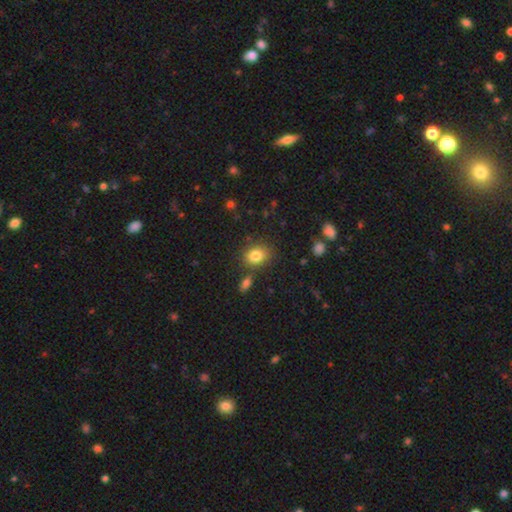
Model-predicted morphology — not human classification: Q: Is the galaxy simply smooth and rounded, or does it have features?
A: smooth — 83%.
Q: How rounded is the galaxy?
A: in between — 54%.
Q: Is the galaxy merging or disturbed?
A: none — 76%.